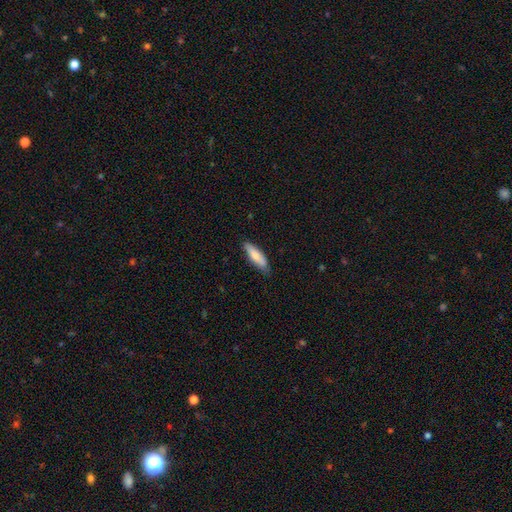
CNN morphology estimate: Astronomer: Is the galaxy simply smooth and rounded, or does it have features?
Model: smooth — 77%.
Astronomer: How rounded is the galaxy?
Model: cigar-shaped — 59% (runner-up: in between, 39%).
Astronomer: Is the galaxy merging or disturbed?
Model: none — 79%.